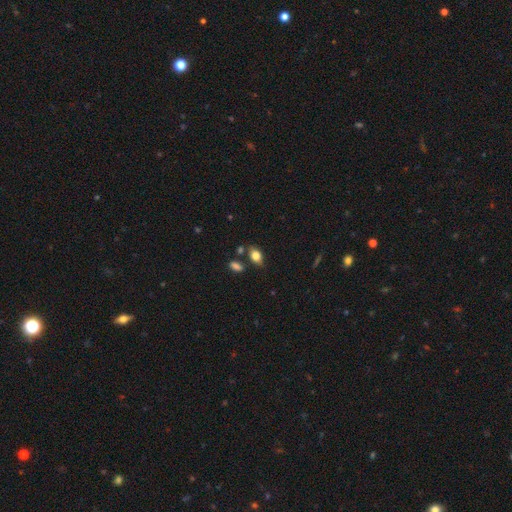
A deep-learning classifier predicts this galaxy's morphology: Smooth or featured? smooth (80%)
How rounded? in between (85%)
Merging? none (71%)